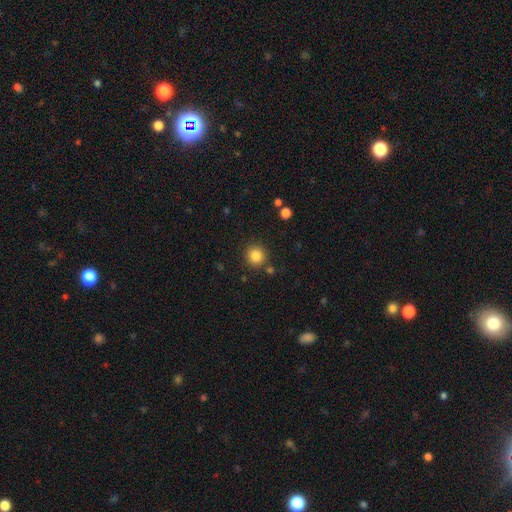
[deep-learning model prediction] Smooth or featured? smooth (84%)
How rounded? round (91%)
Merging? none (85%)